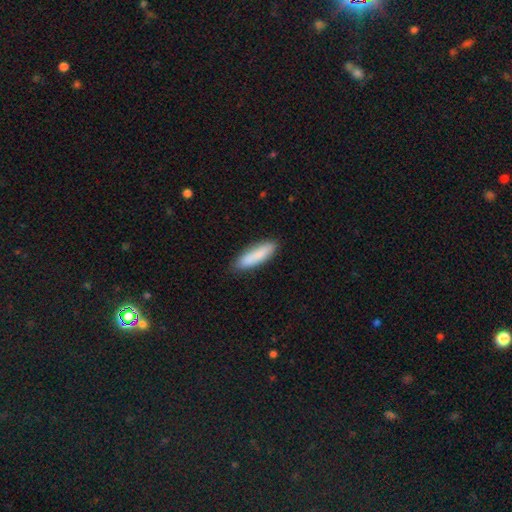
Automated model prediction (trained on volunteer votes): Overall: smooth (85%). How rounded: cigar-shaped (68%; in between 31%). Merging: none (86%).